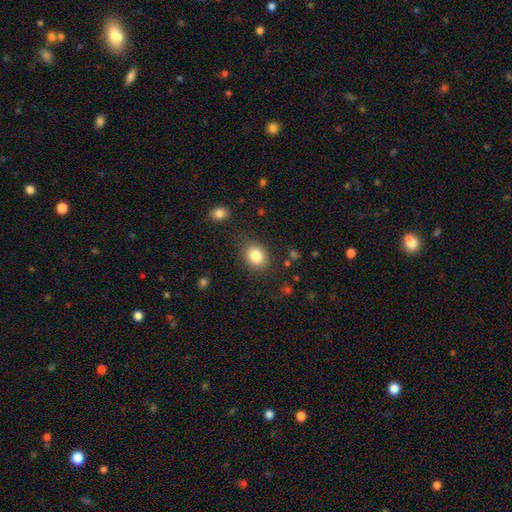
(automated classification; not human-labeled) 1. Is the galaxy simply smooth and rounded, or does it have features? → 83% smooth, 10% star or artifact, 7% featured or disk.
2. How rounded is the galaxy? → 56% round, 43% in between, 1% cigar-shaped.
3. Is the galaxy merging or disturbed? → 84% none, 11% minor disturbance, 3% major disturbance, 2% merger.